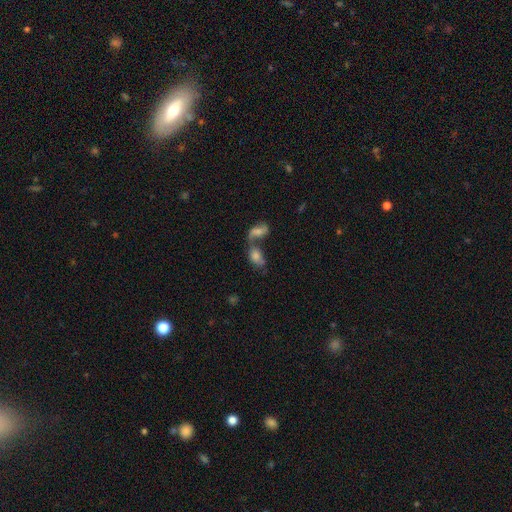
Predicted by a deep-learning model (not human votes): This is likely a smooth galaxy (63%). How rounded: clearly in between (81%). Merging: likely merger (66%).